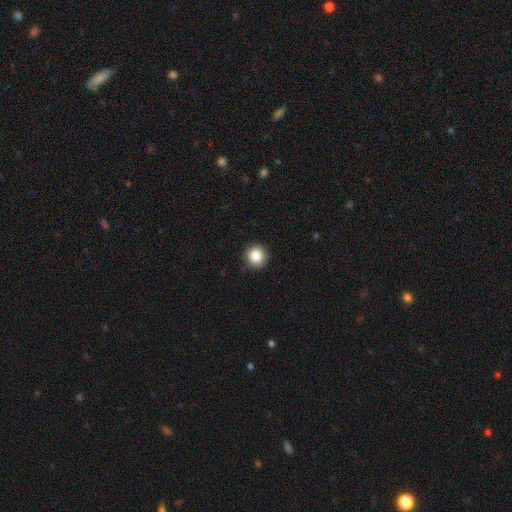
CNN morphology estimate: type=smooth (86%); roundness=round (91%); merging=none (90%).